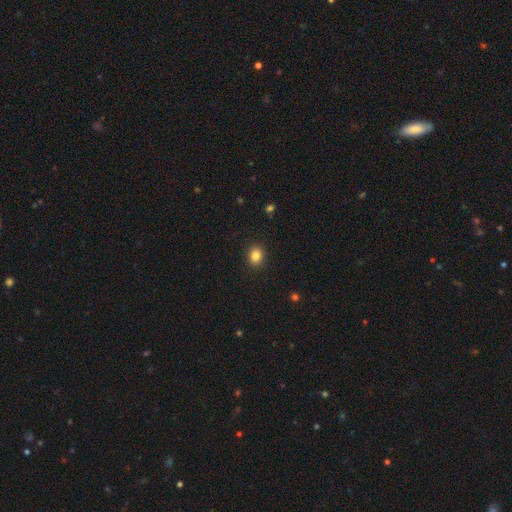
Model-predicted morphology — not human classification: This appears to be a smooth galaxy with no disk features (84%) that is round (67%). Merging: none (91%).